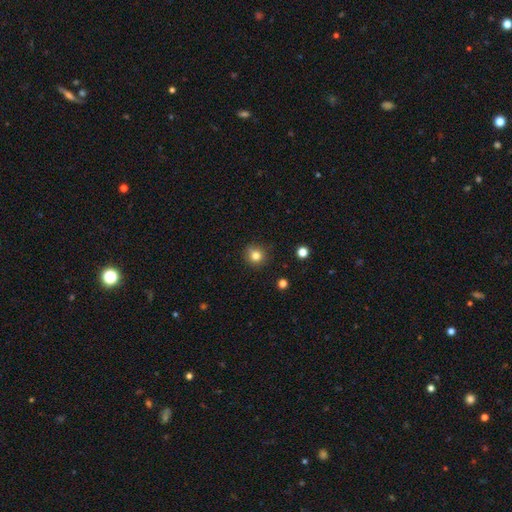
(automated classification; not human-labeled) Overall: smooth (81%). How rounded: round (91%). Merging: none (87%).